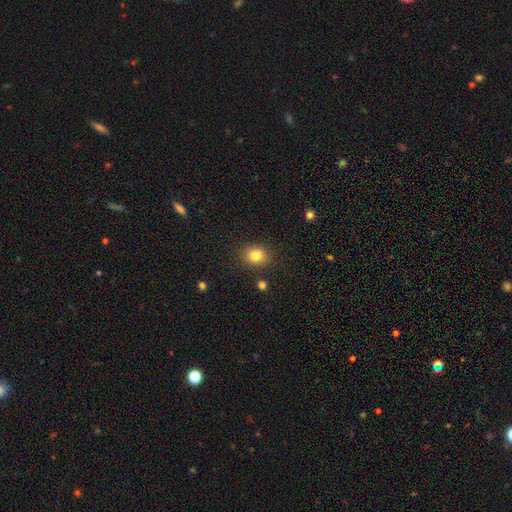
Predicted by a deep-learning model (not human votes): Morphology: type=smooth (82%); roundness=round (58%); merging=none (86%).